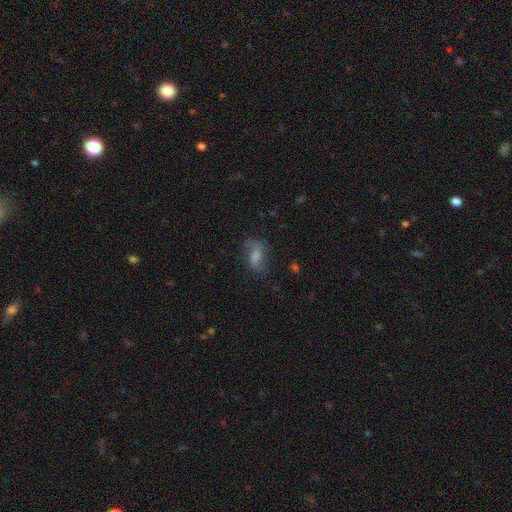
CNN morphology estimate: Smooth or featured? featured or disk (50%)
Edge-on disk? no (93%)
Merging? none (58%)